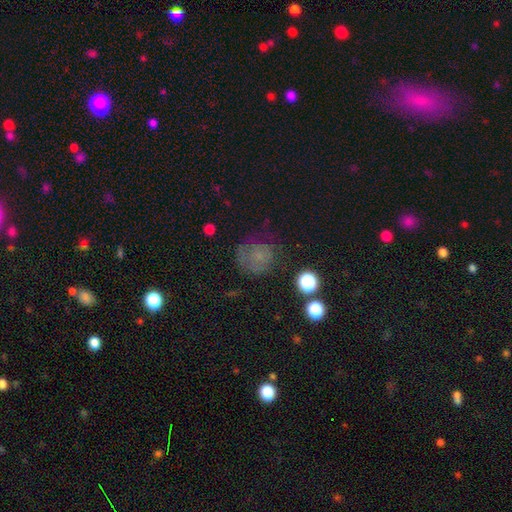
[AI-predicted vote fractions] smooth_or_featured: smooth (p=0.56) [alt: featured or disk p=0.25]
how_rounded: round (p=0.84) [alt: in between p=0.15]
merging: none (p=0.62) [alt: minor disturbance p=0.22]